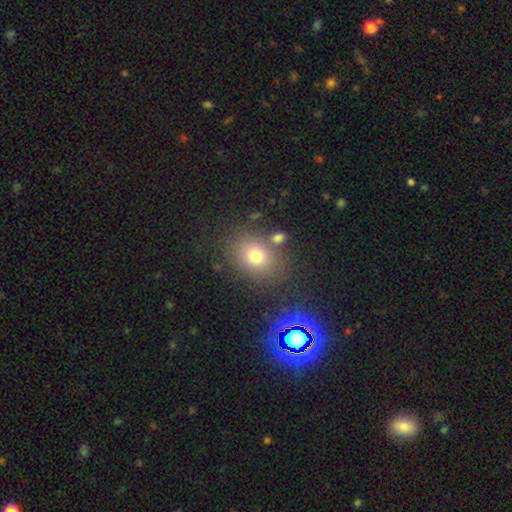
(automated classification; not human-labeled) This is likely a smooth galaxy (73%). How rounded: possibly in between (53%). Merging: likely none (75%).